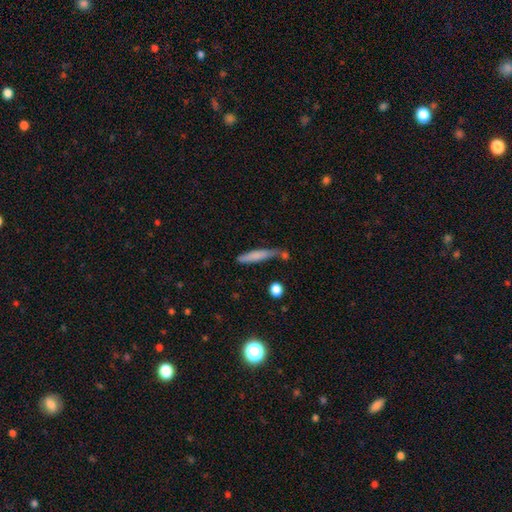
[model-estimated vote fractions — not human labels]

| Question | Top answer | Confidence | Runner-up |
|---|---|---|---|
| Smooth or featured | smooth | 69% | featured or disk (24%) |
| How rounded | cigar-shaped | 89% | in between (9%) |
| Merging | none | 56% | minor disturbance (24%) |